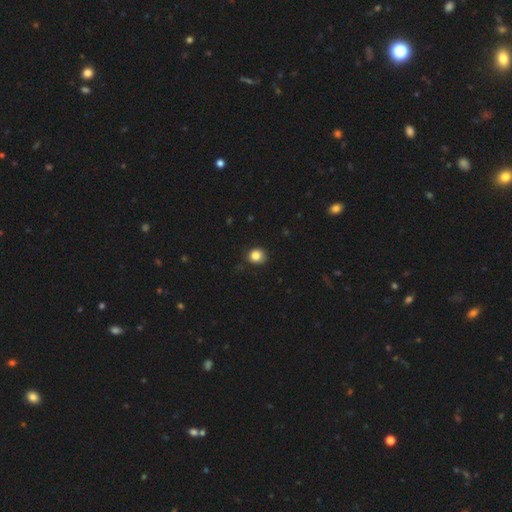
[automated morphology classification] smooth-or-featured: smooth: 85% | star or artifact: 11% | featured or disk: 4%
  how-rounded: round: 85% | in between: 14% | cigar-shaped: 1%
  merging: none: 83% | minor disturbance: 13% | major disturbance: 3% | merger: 1%